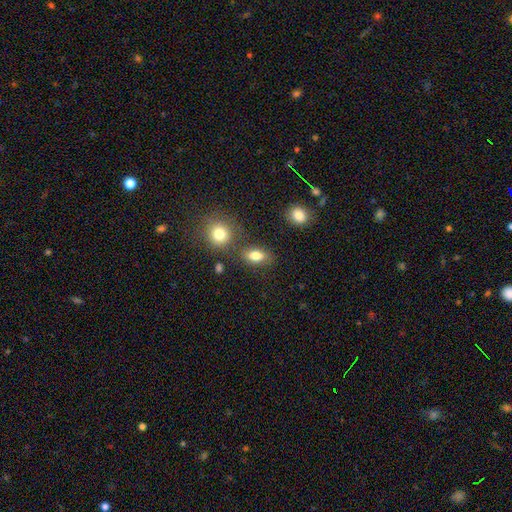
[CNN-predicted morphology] smooth_or_featured: smooth (p=0.82) [alt: star or artifact p=0.10]
how_rounded: in between (p=0.84) [alt: round p=0.13]
merging: none (p=0.76) [alt: minor disturbance p=0.11]